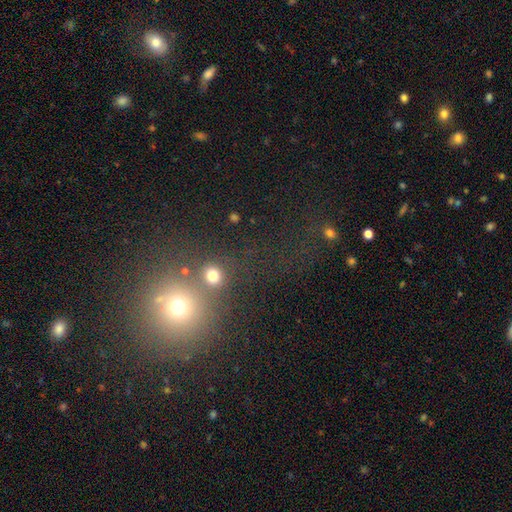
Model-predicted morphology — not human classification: smooth_or_featured: smooth (p=0.49) [alt: star or artifact p=0.39]
merging: none (p=0.47) [alt: merger p=0.28]